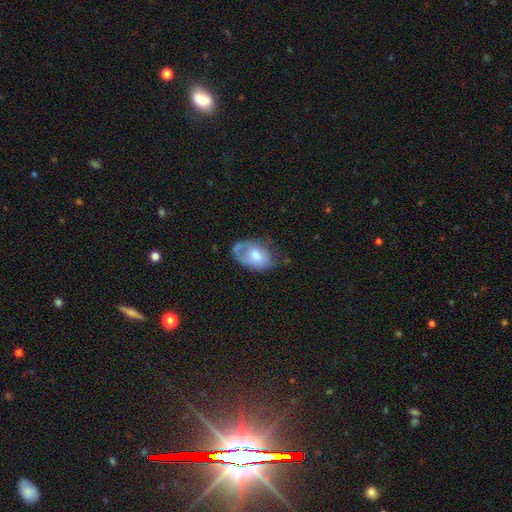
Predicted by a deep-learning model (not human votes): Smooth or featured? Predicted: smooth (p=0.59). How rounded? Predicted: in between (p=0.86). Merging? Predicted: none (p=0.36).